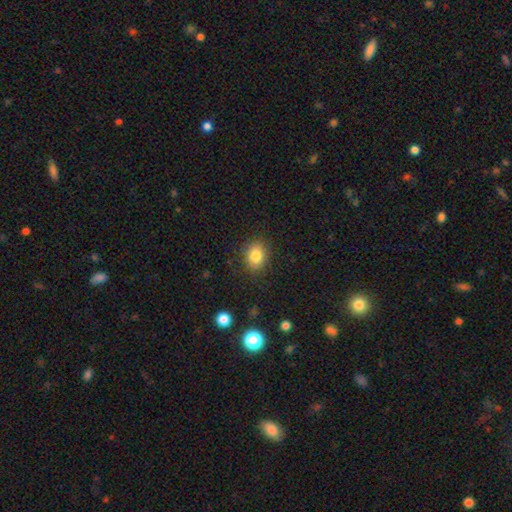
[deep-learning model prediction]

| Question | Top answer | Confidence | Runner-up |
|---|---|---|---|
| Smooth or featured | smooth | 83% | star or artifact (10%) |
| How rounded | in between | 56% | round (42%) |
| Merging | none | 85% | minor disturbance (11%) |